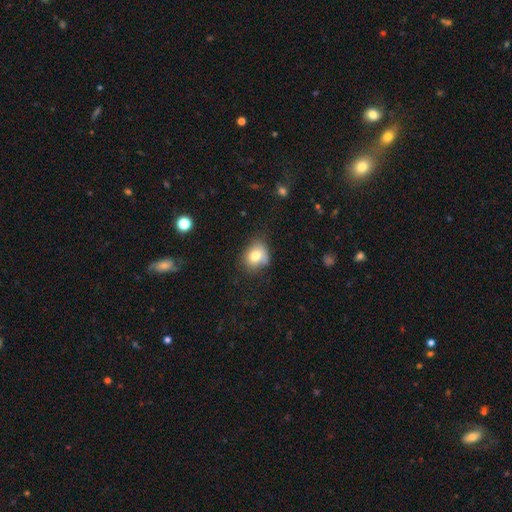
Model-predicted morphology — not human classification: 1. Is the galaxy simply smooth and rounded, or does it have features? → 77% smooth, 13% featured or disk, 10% star or artifact.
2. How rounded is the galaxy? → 57% round, 42% in between, 1% cigar-shaped.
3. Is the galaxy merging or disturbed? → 59% none, 29% minor disturbance, 8% major disturbance, 4% merger.